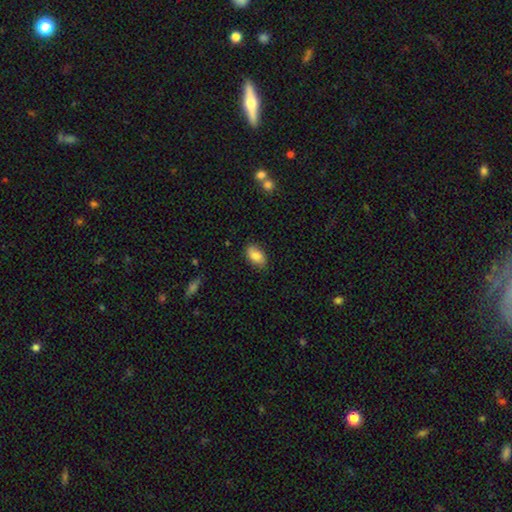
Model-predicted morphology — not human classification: Smooth or featured? smooth (84%)
How rounded? in between (92%)
Merging? none (83%)